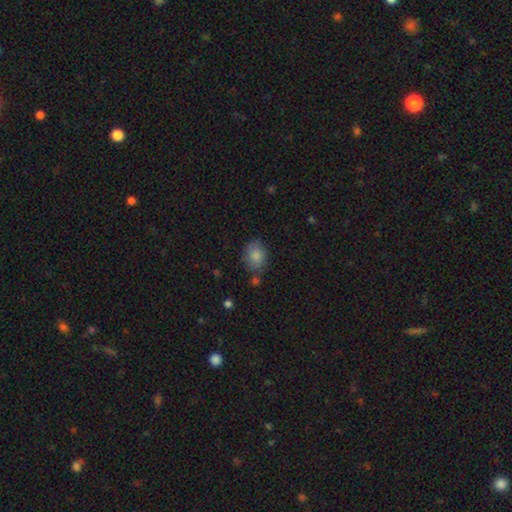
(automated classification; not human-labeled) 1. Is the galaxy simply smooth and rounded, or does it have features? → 81% smooth, 11% featured or disk, 8% star or artifact.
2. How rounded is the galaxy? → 58% in between, 41% round, 1% cigar-shaped.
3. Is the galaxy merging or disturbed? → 69% none, 20% minor disturbance, 5% major disturbance, 5% merger.